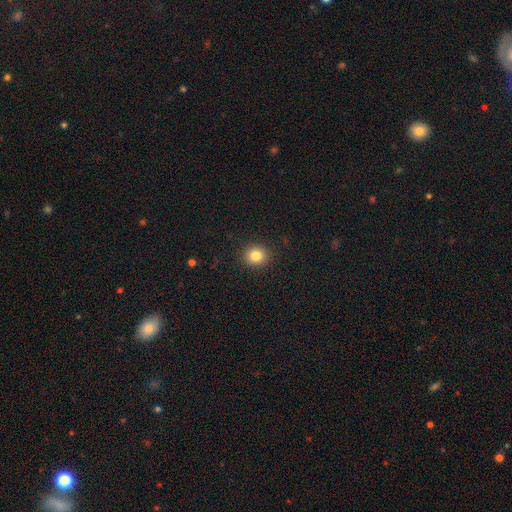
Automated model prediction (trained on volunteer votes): Smooth or featured? Predicted: smooth (p=0.83). How rounded? Predicted: round (p=0.82). Merging? Predicted: none (p=0.91).